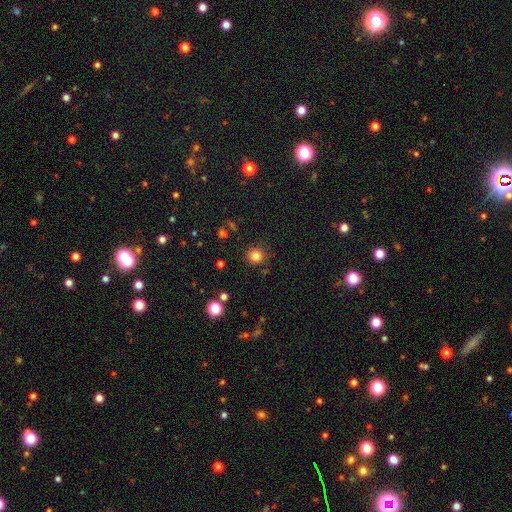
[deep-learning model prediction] The model was most divided on "smooth or featured": smooth: 81%, star or artifact: 14%, featured or disk: 5%. More confident: how rounded — round (93%); merging — none (88%).